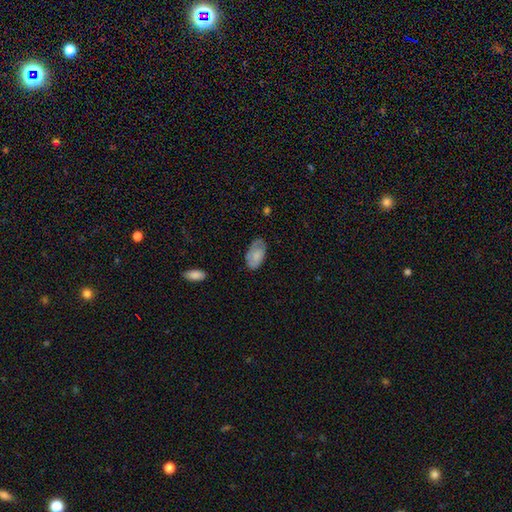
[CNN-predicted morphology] A smooth galaxy with no disk features (71%) that is in between round and cigar-shaped (94%).

Vote fractions:
- Smooth or featured? smooth: 71% / featured or disk: 22% / star or artifact: 6%
- How rounded? in between: 94% / round: 4% / cigar-shaped: 2%
- Merging? none: 69% / minor disturbance: 24% / major disturbance: 6% / merger: 1%